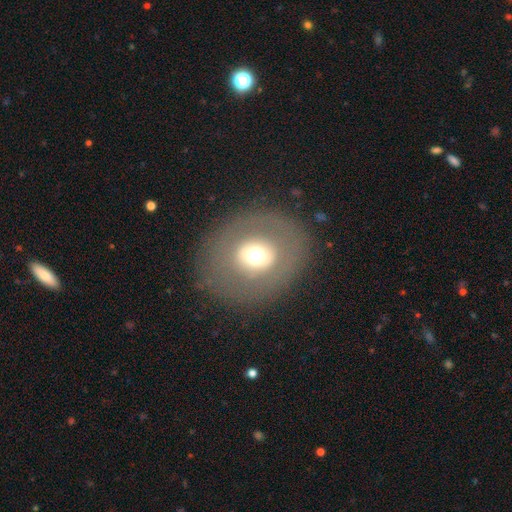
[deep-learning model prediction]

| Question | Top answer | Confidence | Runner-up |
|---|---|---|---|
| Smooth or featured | smooth | 56% | featured or disk (32%) |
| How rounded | round | 74% | in between (25%) |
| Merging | none | 83% | minor disturbance (8%) |